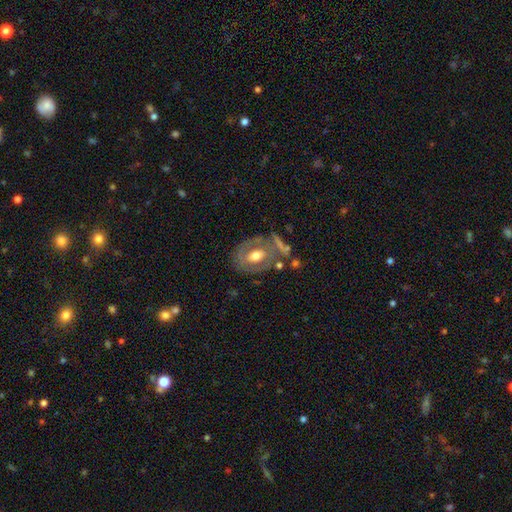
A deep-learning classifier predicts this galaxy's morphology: Overall: featured or disk (54%; smooth 39%). Edge-on disk: no (92%). Bar: no (58%; weak 28%). Spiral arms: no (71%). Bulge size: moderate (71%). Merging: none (61%).